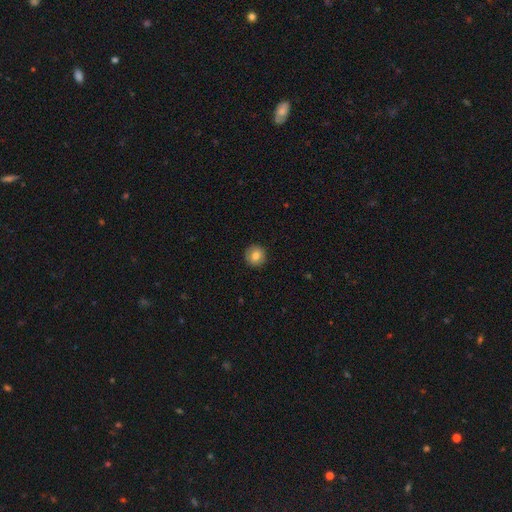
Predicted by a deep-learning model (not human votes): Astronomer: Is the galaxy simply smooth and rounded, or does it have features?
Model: smooth — 81%.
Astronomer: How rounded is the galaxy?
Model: round — 94%.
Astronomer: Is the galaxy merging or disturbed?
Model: none — 91%.